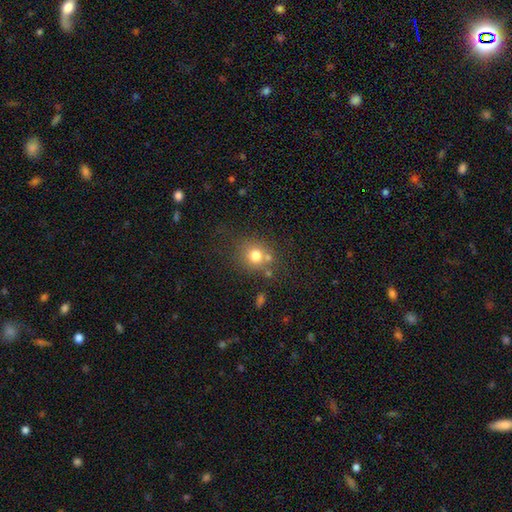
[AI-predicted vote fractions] smooth 75%, star or artifact 14%, featured or disk 11%. Down the decision tree: how rounded — round (85%); merging — none (64%).